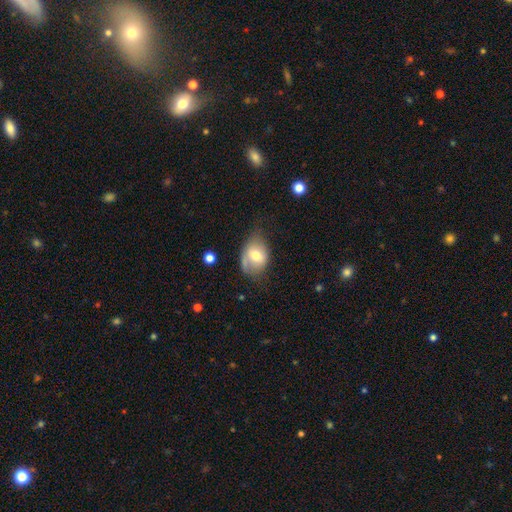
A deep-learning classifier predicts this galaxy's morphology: smooth-or-featured: smooth: 62% | featured or disk: 30% | star or artifact: 8%
  how-rounded: in between: 67% | round: 32% | cigar-shaped: 1%
  merging: none: 44% | minor disturbance: 37% | major disturbance: 16% | merger: 4%